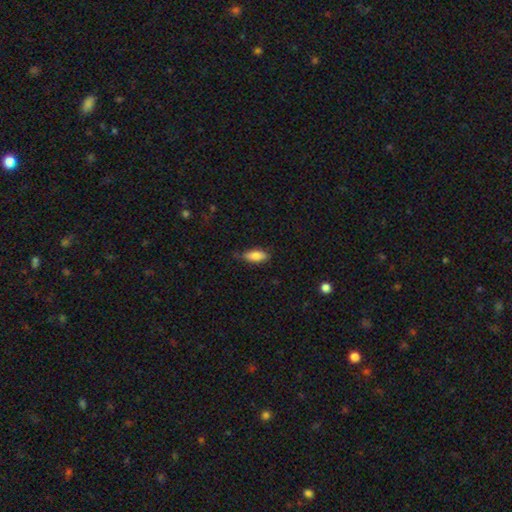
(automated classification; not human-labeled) smooth 82%, featured or disk 11%, star or artifact 7%. Down the decision tree: how rounded — in between (82%); merging — none (72%).